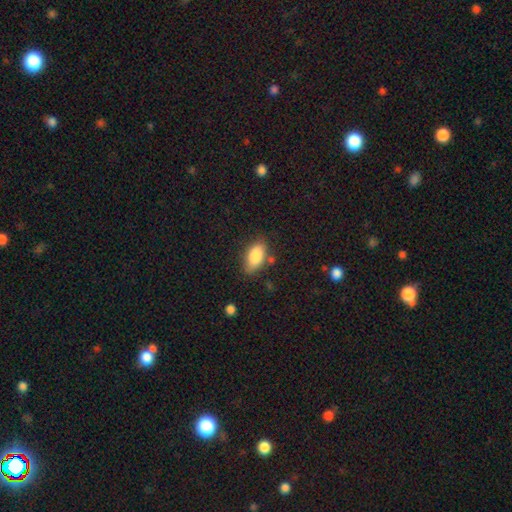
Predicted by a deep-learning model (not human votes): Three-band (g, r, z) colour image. It shows a smooth galaxy with no disk features (85%) that is in between round and cigar-shaped (91%). Merging: none (73%).